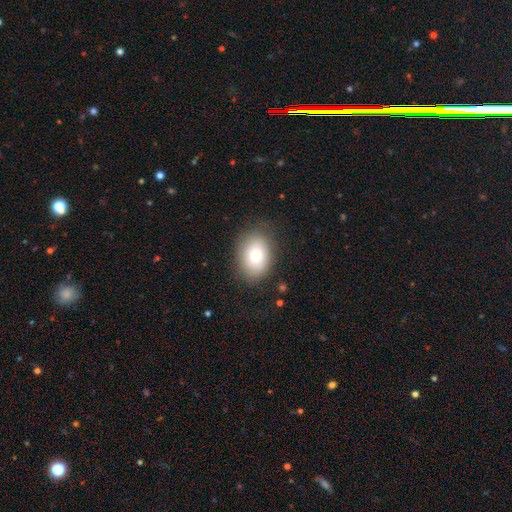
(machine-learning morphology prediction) This appears to be a smooth galaxy with no disk features (77%) that is in between round and cigar-shaped (70%). Merging: none (80%).